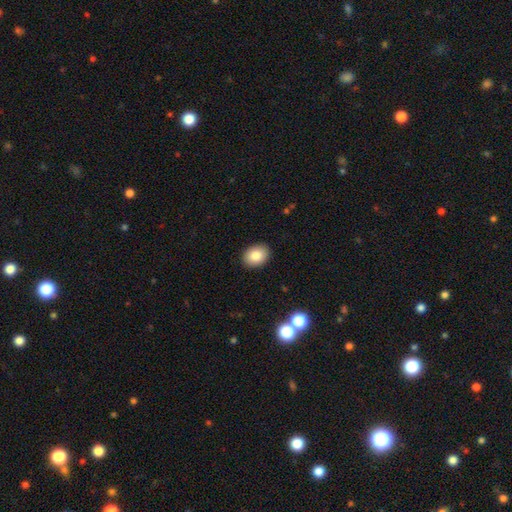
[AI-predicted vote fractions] This is clearly a smooth galaxy (84%). How rounded: likely in between (70%). Merging: clearly none (90%).